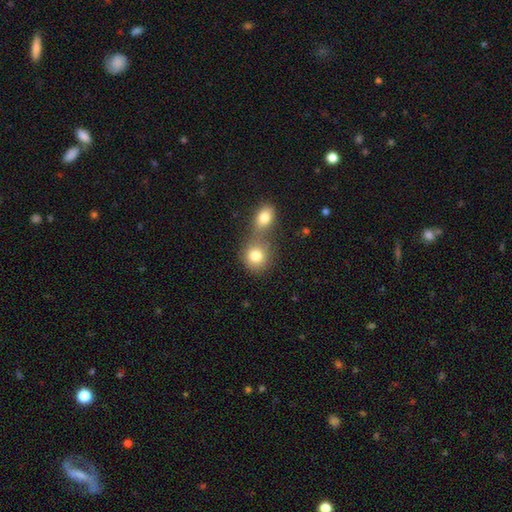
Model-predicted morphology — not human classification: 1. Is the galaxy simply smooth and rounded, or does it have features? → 80% smooth, 10% star or artifact, 10% featured or disk.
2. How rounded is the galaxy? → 80% round, 19% in between, 1% cigar-shaped.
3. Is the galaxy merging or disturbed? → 53% merger, 36% none, 7% minor disturbance, 4% major disturbance.